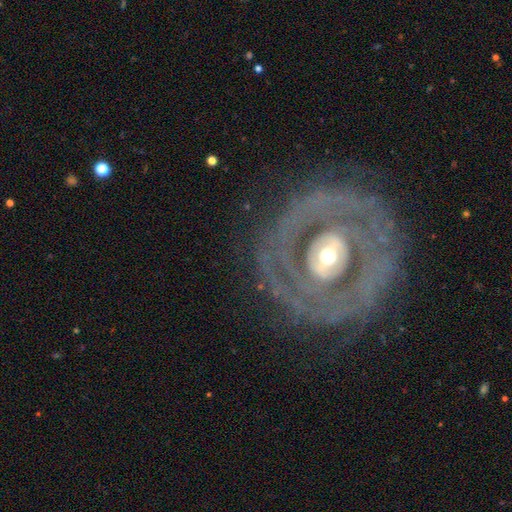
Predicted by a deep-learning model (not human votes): A featured or disk galaxy (82%) with no bar (67%), spiral arms (59%) and a moderate central bulge (60%).

Vote fractions:
- Smooth or featured? featured or disk: 82% / smooth: 12% / star or artifact: 7%
- Edge-on disk? no: 95% / yes: 5%
- Bar? no: 67% / weak: 19% / strong: 14%
- Spiral arms? yes: 59% / no: 41%
- Bulge size? moderate: 60% / small: 23% / large: 13% / dominant: 2% / none: 1%
- Merging? none: 77% / minor disturbance: 13% / major disturbance: 9% / merger: 2%